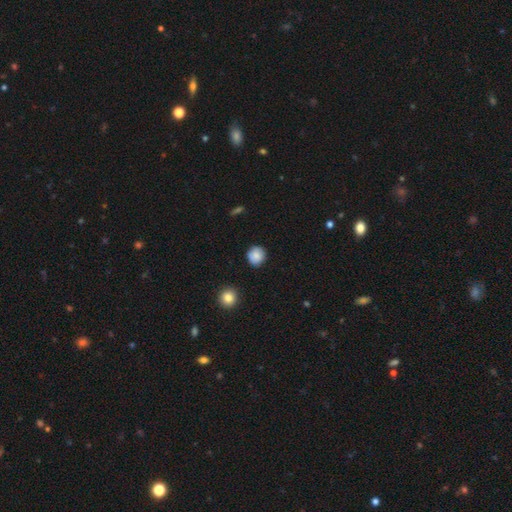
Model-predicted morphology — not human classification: This appears to be a smooth galaxy with no disk features (85%) that is round (89%). Merging: none (87%).